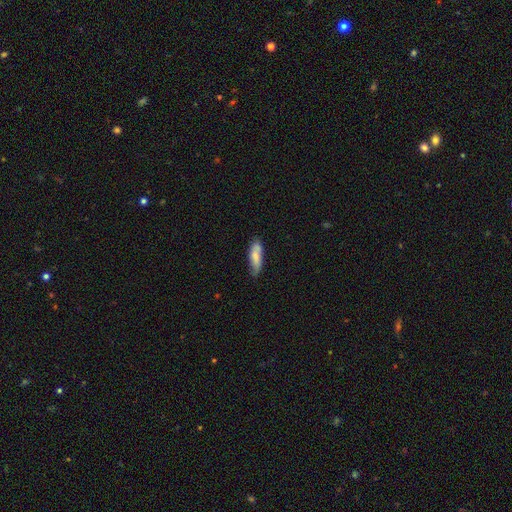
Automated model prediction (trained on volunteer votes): This appears to be a smooth galaxy with no disk features (71%) that is in between round and cigar-shaped (52%). Merging: none (69%).